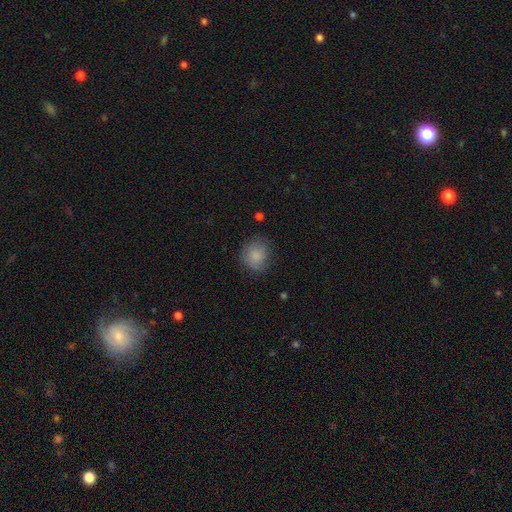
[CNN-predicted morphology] Smooth or featured? Predicted: smooth (p=0.83). How rounded? Predicted: round (p=0.81). Merging? Predicted: none (p=0.71).